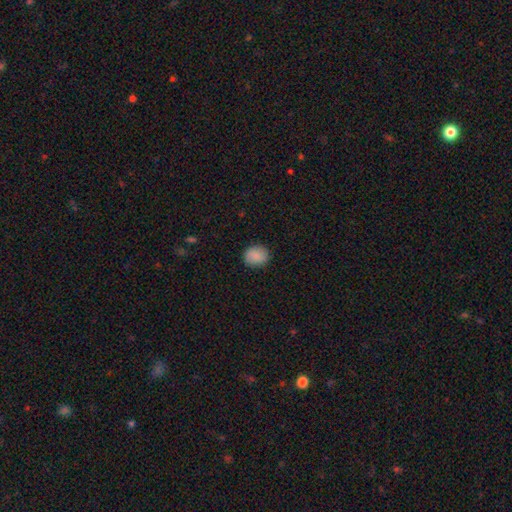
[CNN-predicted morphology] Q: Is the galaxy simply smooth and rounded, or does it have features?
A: smooth — 87%.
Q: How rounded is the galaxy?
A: round — 65%.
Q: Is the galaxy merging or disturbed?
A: none — 86%.